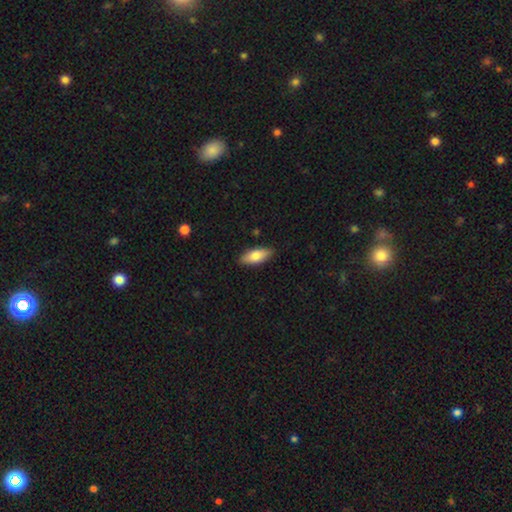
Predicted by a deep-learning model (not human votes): Smooth or featured? Predicted: smooth (p=0.78). How rounded? Predicted: in between (p=0.80). Merging? Predicted: none (p=0.87).